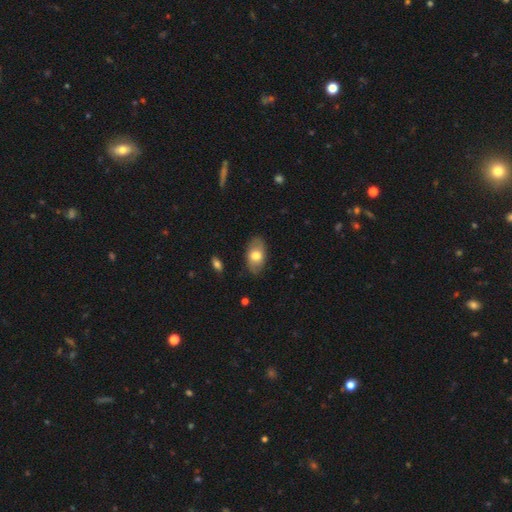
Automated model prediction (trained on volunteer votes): smooth_or_featured: smooth (p=0.70) [alt: featured or disk p=0.24]
how_rounded: in between (p=0.92) [alt: round p=0.06]
merging: none (p=0.83) [alt: minor disturbance p=0.13]